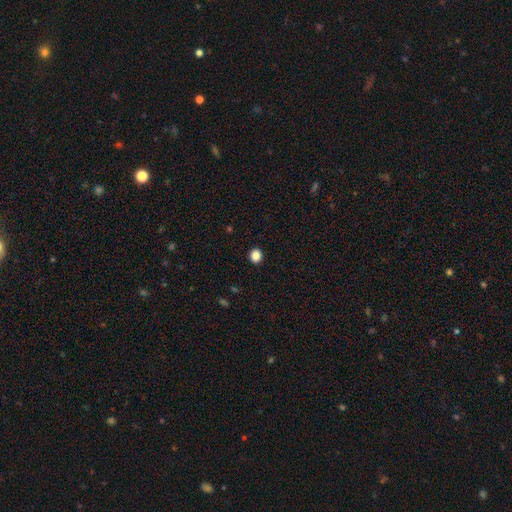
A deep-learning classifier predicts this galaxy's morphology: Smooth or featured? smooth (86%)
How rounded? round (74%)
Merging? none (92%)